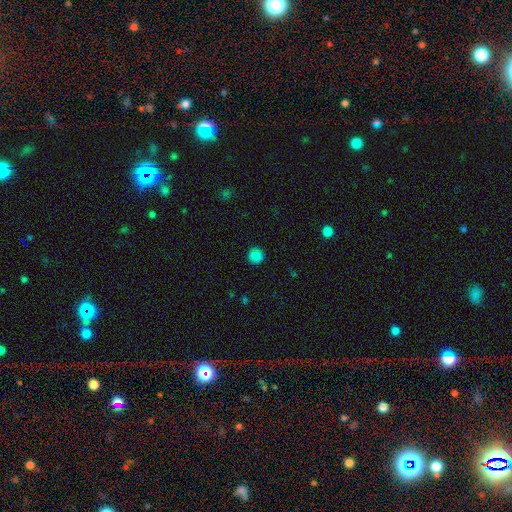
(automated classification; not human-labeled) Q: Smooth or featured?
A: smooth (84%); runner-up: star or artifact (12%)
Q: How rounded?
A: round (92%); runner-up: in between (7%)
Q: Merging?
A: none (89%); runner-up: minor disturbance (8%)